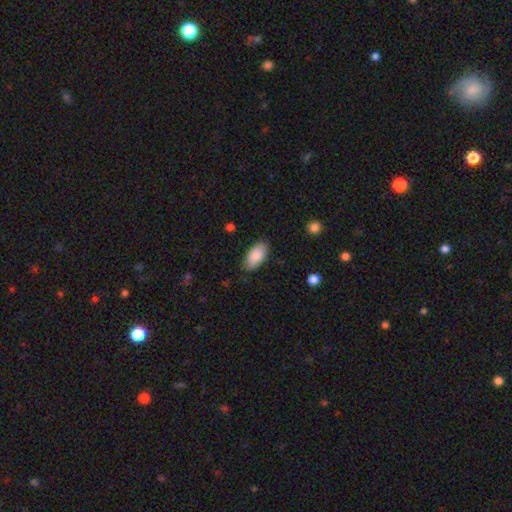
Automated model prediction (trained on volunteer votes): Morphology: type=smooth (88%); roundness=in between (95%); merging=none (81%).